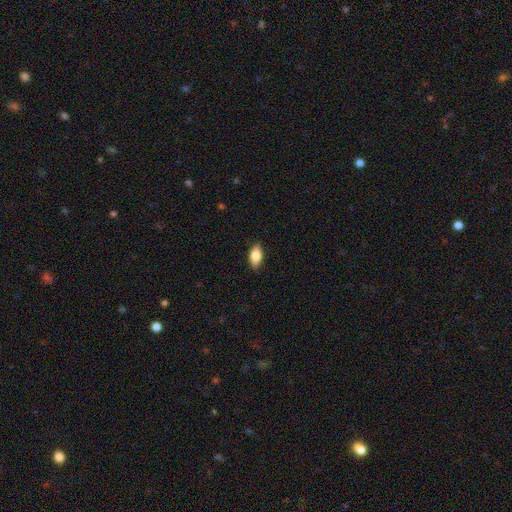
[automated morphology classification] A smooth galaxy with no disk features (82%) that is in between round and cigar-shaped (89%). Merging: none (85%).